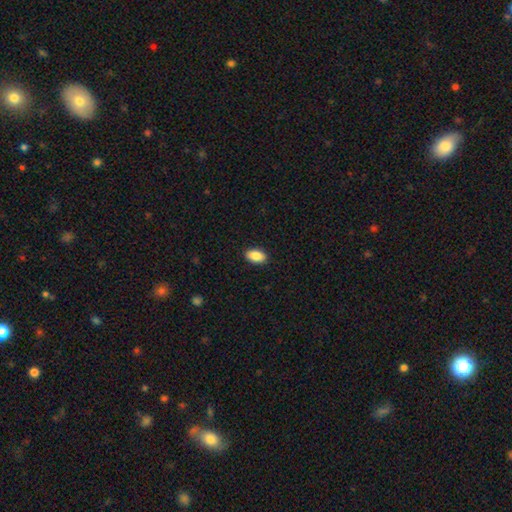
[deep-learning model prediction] Smooth or featured? smooth (89%)
How rounded? in between (93%)
Merging? none (90%)